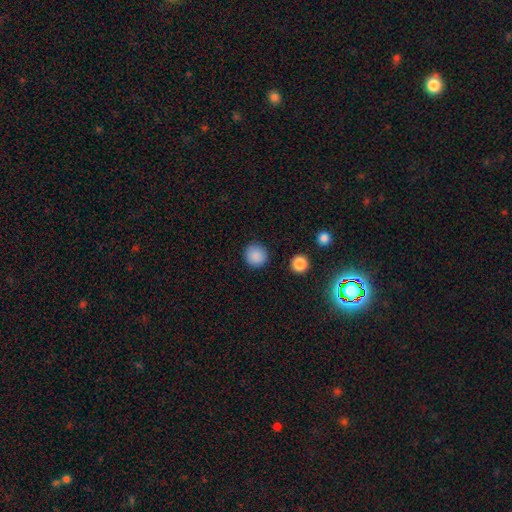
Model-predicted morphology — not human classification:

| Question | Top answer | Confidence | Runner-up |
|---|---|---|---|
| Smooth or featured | smooth | 88% | star or artifact (9%) |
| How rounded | round | 93% | in between (6%) |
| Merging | none | 90% | minor disturbance (6%) |